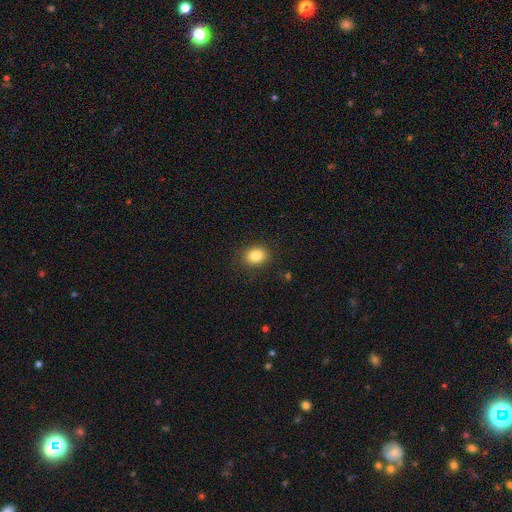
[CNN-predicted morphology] A smooth galaxy with no disk features (84%) that is in between round and cigar-shaped (53%).

Vote fractions:
- Smooth or featured? smooth: 84% / star or artifact: 10% / featured or disk: 6%
- How rounded? in between: 53% / round: 46% / cigar-shaped: 1%
- Merging? none: 88% / minor disturbance: 9% / major disturbance: 2% / merger: 1%